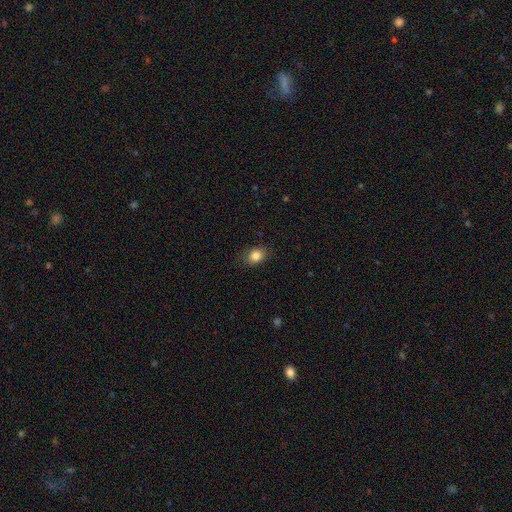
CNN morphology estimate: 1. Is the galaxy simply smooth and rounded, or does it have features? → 84% smooth, 10% star or artifact, 6% featured or disk.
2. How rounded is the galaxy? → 61% in between, 38% round, 1% cigar-shaped.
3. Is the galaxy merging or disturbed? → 83% none, 13% minor disturbance, 3% major disturbance, 1% merger.